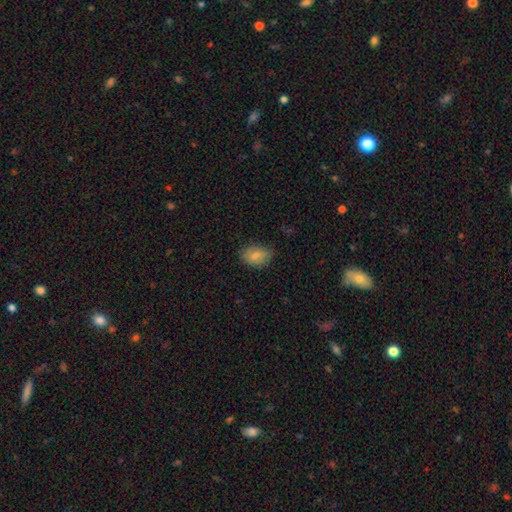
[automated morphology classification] This is clearly a smooth galaxy (80%). How rounded: clearly in between (82%). Merging: likely none (77%).